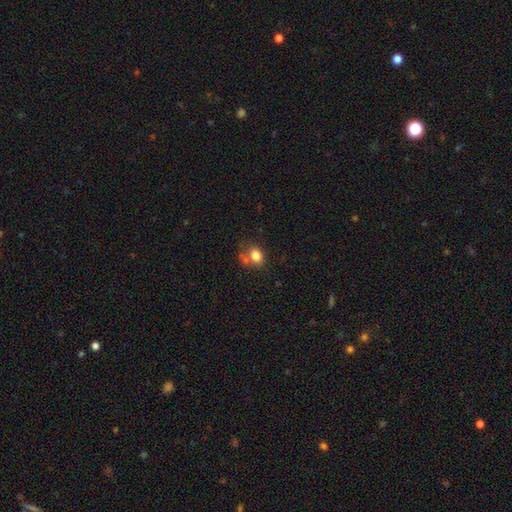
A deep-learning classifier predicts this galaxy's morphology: This is clearly a smooth galaxy (80%). How rounded: possibly in between (53%). Merging: possibly none (52%).